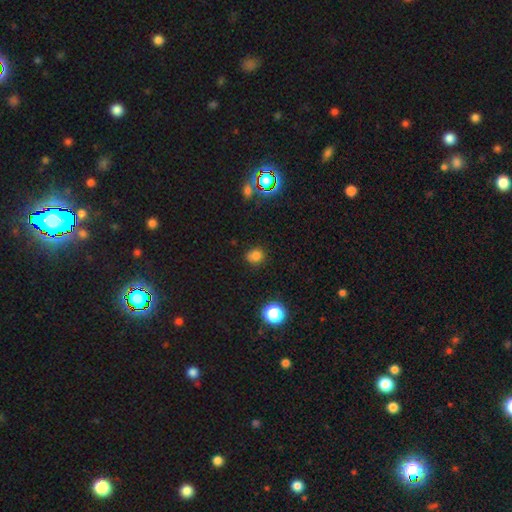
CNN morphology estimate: Smooth or featured?
  - smooth: 76% *
  - star or artifact: 18%
  - featured or disk: 6%
How rounded?
  - round: 74% *
  - in between: 25%
  - cigar-shaped: 1%
Merging?
  - none: 82% *
  - minor disturbance: 13%
  - major disturbance: 3%
  - merger: 2%